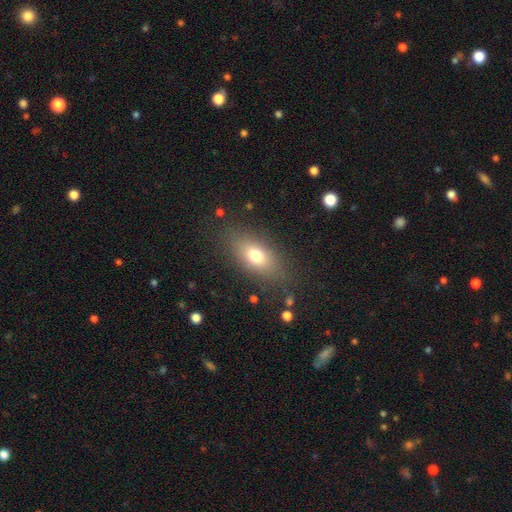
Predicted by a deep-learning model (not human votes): A smooth galaxy with no disk features (72%) that is in between round and cigar-shaped (79%). Merging: none (81%).